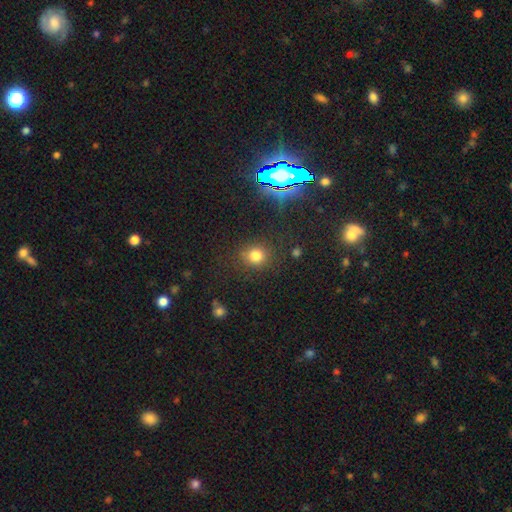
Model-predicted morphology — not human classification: Smooth or featured? smooth (76%)
How rounded? round (81%)
Merging? none (82%)